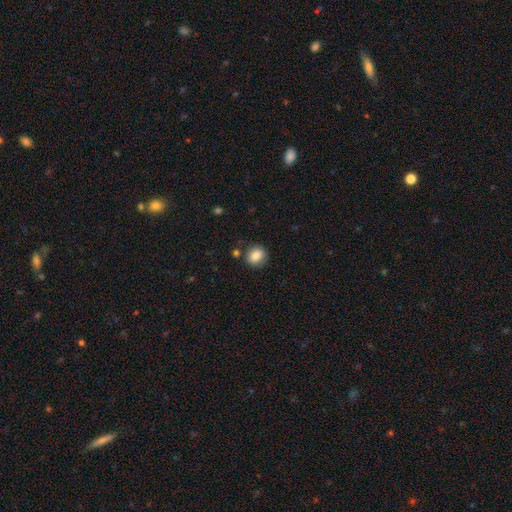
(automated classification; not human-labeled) This appears to be a smooth galaxy with no disk features (86%) that is round (72%). Merging: none (83%).